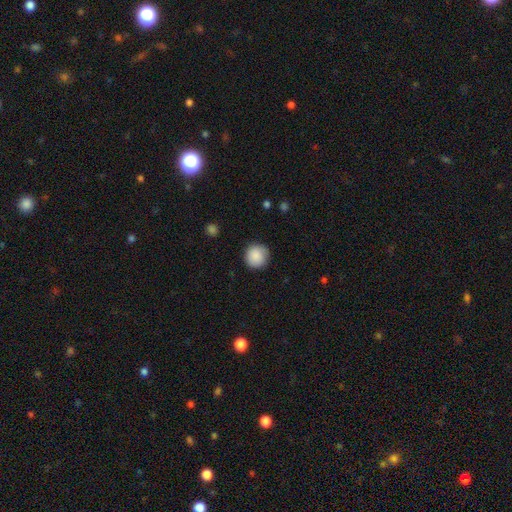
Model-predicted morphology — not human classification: Smooth or featured: smooth — 88% (star or artifact — 8%)
How rounded: round — 94% (in between — 5%)
Merging: none — 85% (minor disturbance — 11%)